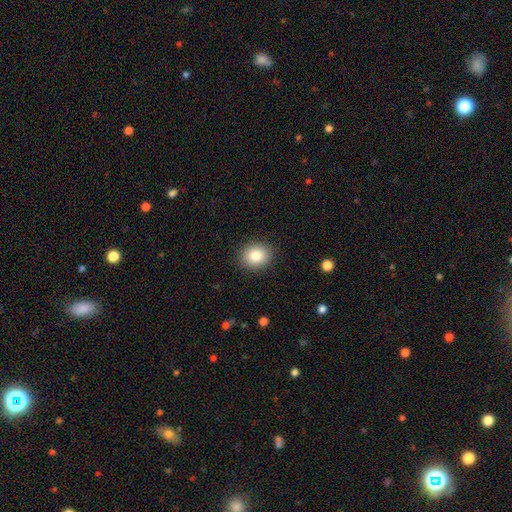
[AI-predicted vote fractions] Q: Smooth or featured?
A: smooth (84%); runner-up: star or artifact (9%)
Q: How rounded?
A: round (68%); runner-up: in between (31%)
Q: Merging?
A: none (90%); runner-up: minor disturbance (7%)